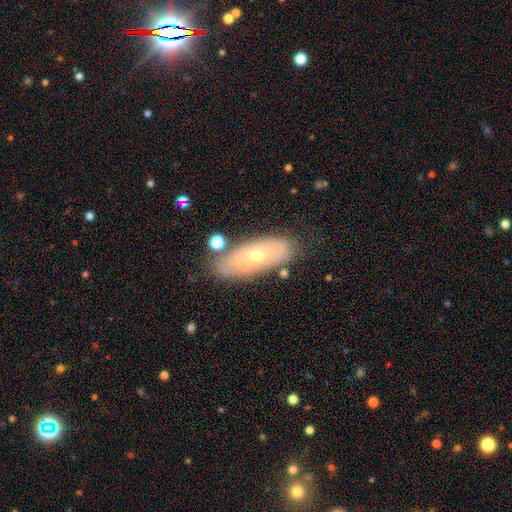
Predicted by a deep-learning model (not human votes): Smooth or featured?
  - featured or disk: 59% *
  - smooth: 33%
  - star or artifact: 7%
Edge-on disk?
  - no: 82% *
  - yes: 18%
Merging?
  - none: 75% *
  - minor disturbance: 16%
  - merger: 5%
  - major disturbance: 4%